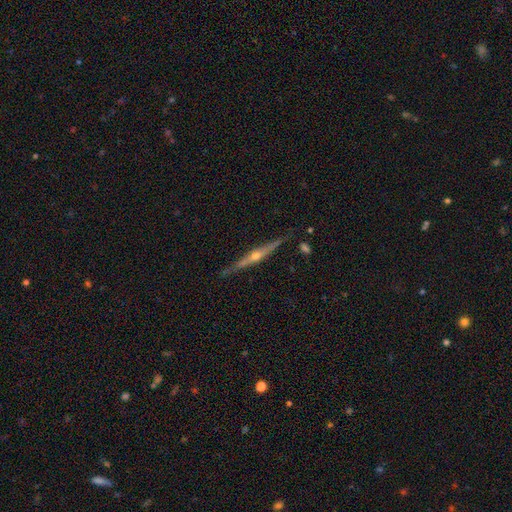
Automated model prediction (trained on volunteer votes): Smooth or featured?
  - featured or disk: 83% *
  - smooth: 11%
  - star or artifact: 6%
Edge-on disk?
  - yes: 98% *
  - no: 2%
Edge-on bulge?
  - rounded: 92% *
  - none: 5%
  - boxy: 3%
Merging?
  - none: 87% *
  - minor disturbance: 9%
  - merger: 2%
  - major disturbance: 2%